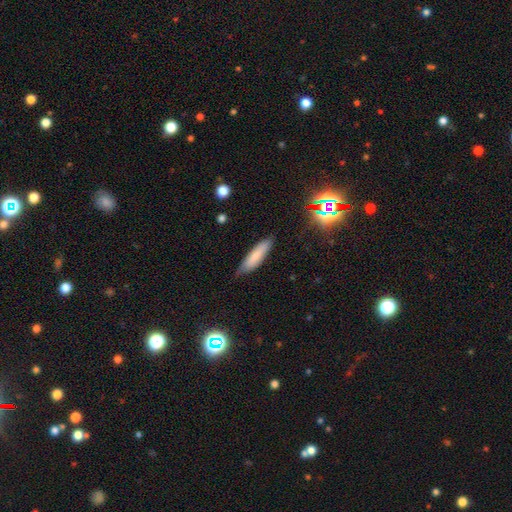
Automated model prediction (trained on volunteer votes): Smooth or featured? smooth (78%)
How rounded? cigar-shaped (70%)
Merging? none (75%)